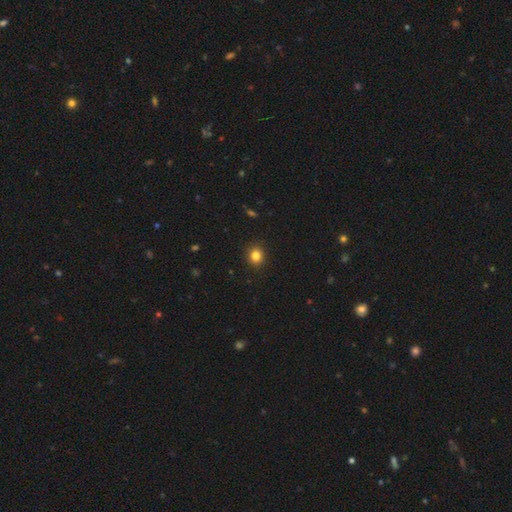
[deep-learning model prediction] This appears to be a smooth galaxy with no disk features (83%) that is round (82%). Merging: none (91%).